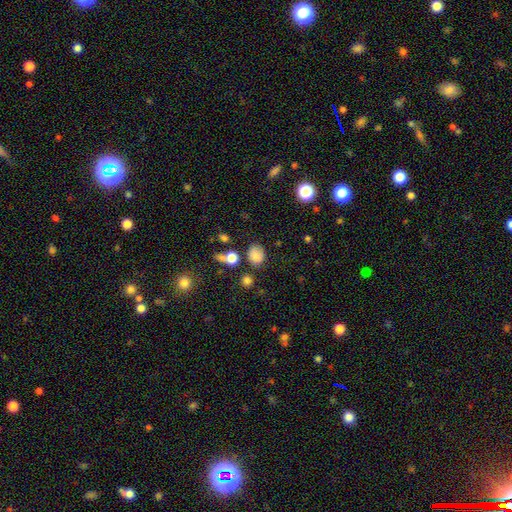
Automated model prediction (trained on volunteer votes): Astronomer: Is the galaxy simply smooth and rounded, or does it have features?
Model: smooth — 80%.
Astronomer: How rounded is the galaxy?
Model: round — 60% (runner-up: in between, 39%).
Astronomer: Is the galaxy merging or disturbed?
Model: none — 74%.